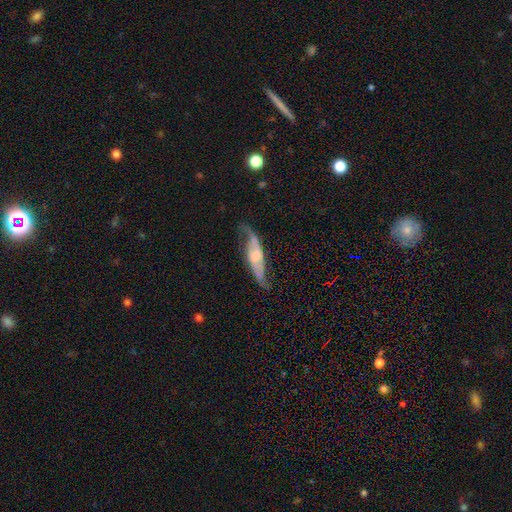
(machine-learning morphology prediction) Smooth or featured: featured or disk — 80% (smooth — 14%)
Edge-on disk: no — 77% (yes — 23%)
Bar: no — 45% (weak — 40%)
Spiral arms: yes — 92% (no — 8%)
Spiral winding: loose — 61% (medium — 29%)
Spiral arm count: 2 — 87% (can't tell — 7%)
Bulge size: moderate — 52% (small — 32%)
Merging: none — 64% (minor disturbance — 22%)